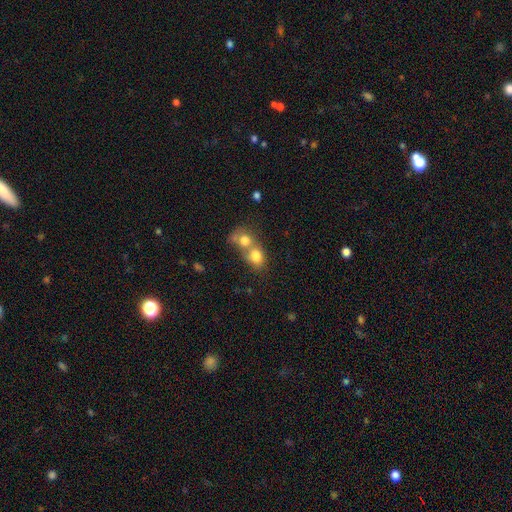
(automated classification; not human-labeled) Smooth or featured? smooth (77%)
How rounded? round (50%)
Merging? merger (64%)